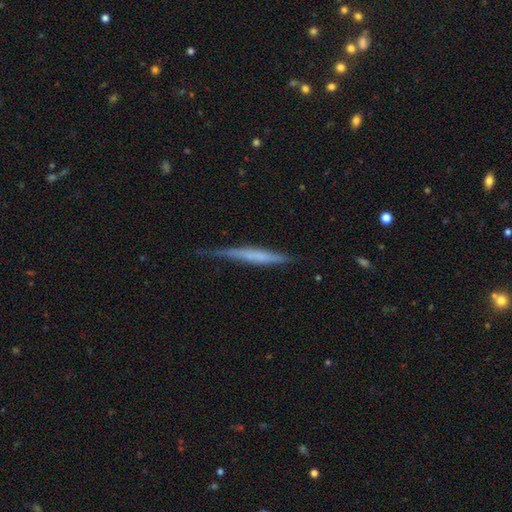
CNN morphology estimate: Smooth or featured: featured or disk — 49% (smooth — 45%)
Merging: none — 58% (minor disturbance — 30%)